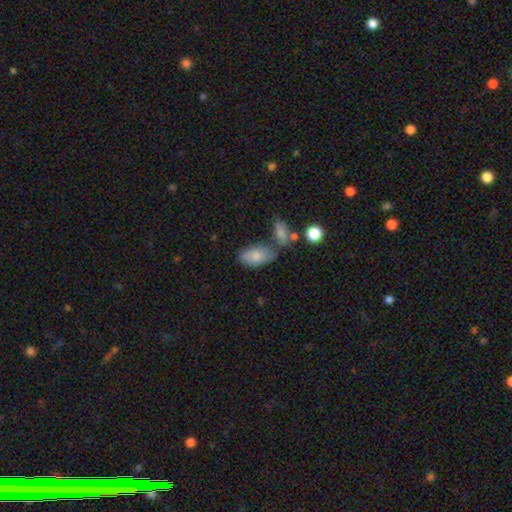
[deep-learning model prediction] A smooth galaxy with no disk features (80%) that is in between round and cigar-shaped (93%). Merging: none (48%).